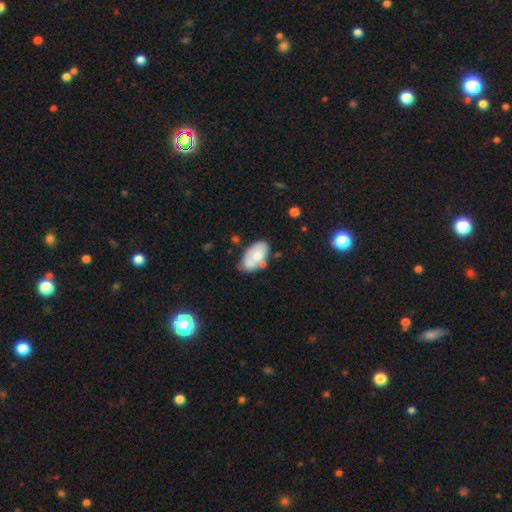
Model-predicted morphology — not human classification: Overall: smooth (59%; featured or disk 34%). How rounded: in between (93%). Merging: none (44%; minor disturbance 27%).